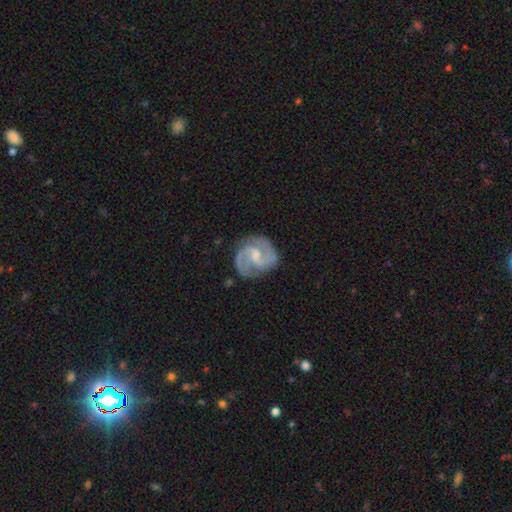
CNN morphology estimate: This is clearly a featured or disk galaxy (86%). It is clearly not viewed edge-on (98%). Bar: possibly weak (59%). Spiral arm pattern: clearly yes (97%). Spiral arm count: clearly 2 (84%). Spiral winding: possibly medium (57%). Central bulge: marginally small (42%, tied with moderate). Merging: likely none (76%).